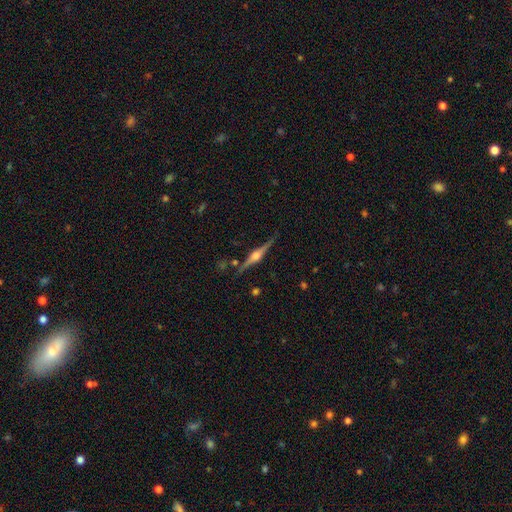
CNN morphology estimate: The model was most divided on "smooth or featured": featured or disk: 86%, smooth: 9%, star or artifact: 5%. More confident: edge-on disk — yes (98%); edge-on bulge — rounded (92%); merging — none (87%).